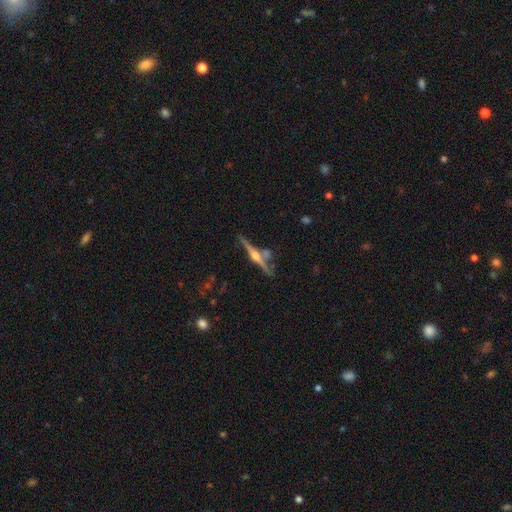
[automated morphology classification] A featured or disk galaxy (82%) viewed edge-on (98%) with a rounded central bulge (91%).

Vote fractions:
- Smooth or featured? featured or disk: 82% / smooth: 11% / star or artifact: 7%
- Edge-on disk? yes: 98% / no: 2%
- Edge-on bulge? rounded: 91% / boxy: 5% / none: 3%
- Merging? none: 76% / minor disturbance: 11% / merger: 10% / major disturbance: 3%